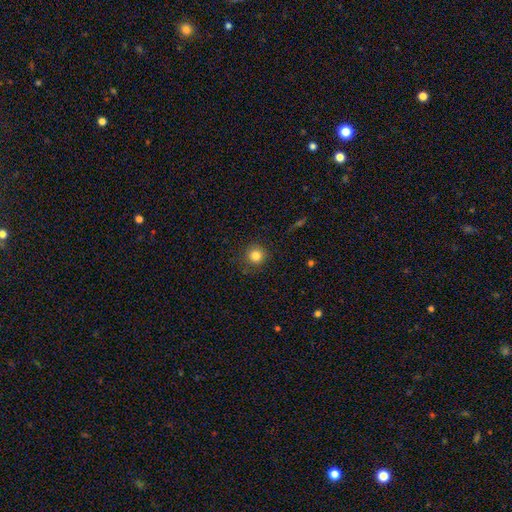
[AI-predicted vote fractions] Morphology: type=smooth (83%); roundness=round (94%); merging=none (88%).